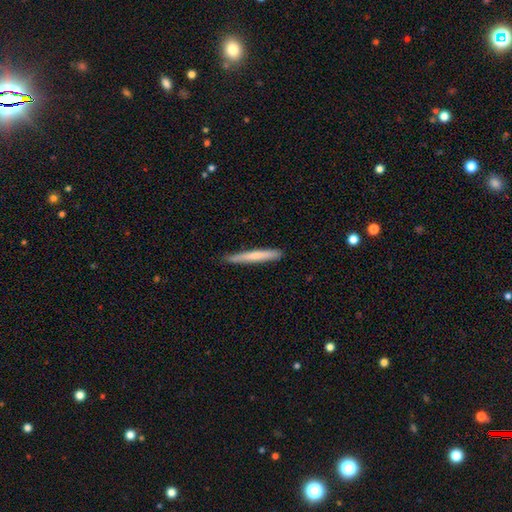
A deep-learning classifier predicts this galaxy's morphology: Q: Smooth or featured?
A: smooth (59%); runner-up: featured or disk (35%)
Q: How rounded?
A: cigar-shaped (96%); runner-up: in between (3%)
Q: Merging?
A: none (86%); runner-up: minor disturbance (11%)